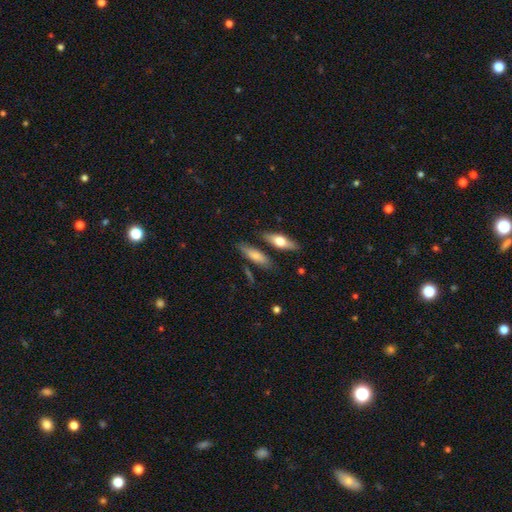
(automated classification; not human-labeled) Smooth or featured: smooth — 66% (featured or disk — 27%)
How rounded: cigar-shaped — 51% (in between — 45%)
Merging: none — 75% (minor disturbance — 14%)